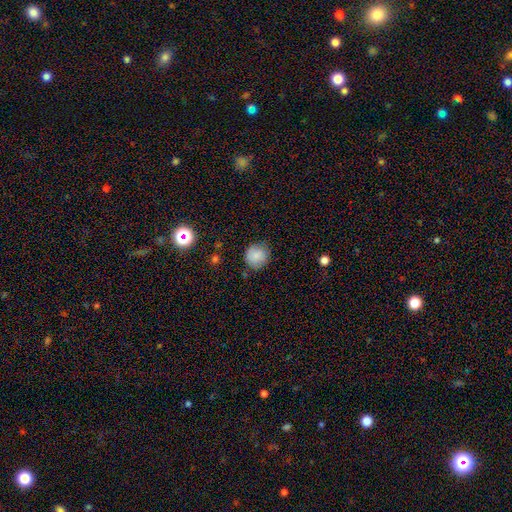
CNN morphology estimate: smooth_or_featured: smooth (p=0.82) [alt: star or artifact p=0.10]
how_rounded: round (p=0.91) [alt: in between p=0.09]
merging: none (p=0.79) [alt: minor disturbance p=0.16]